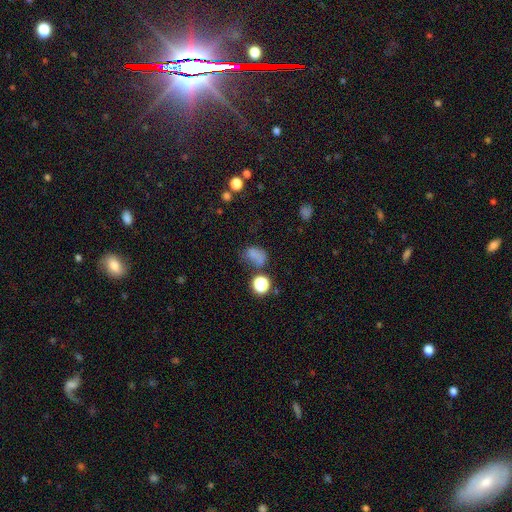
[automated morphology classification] Smooth or featured? smooth (67%)
How rounded? in between (65%)
Merging? none (43%)